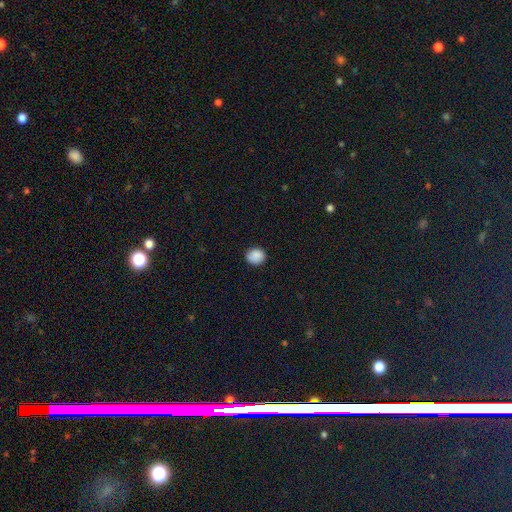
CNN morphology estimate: This is clearly a smooth galaxy (88%). How rounded: clearly round (81%). Merging: clearly none (88%).